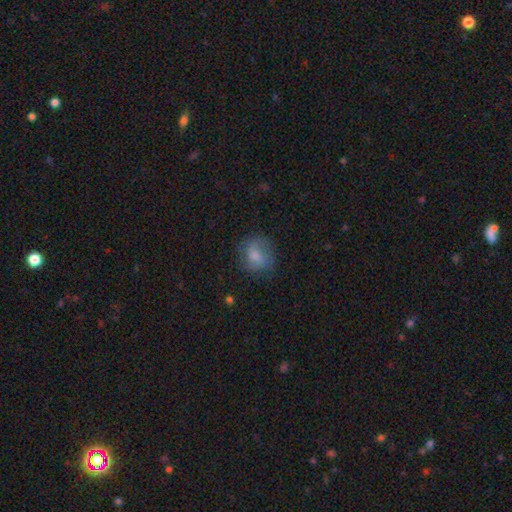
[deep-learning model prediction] Smooth or featured?
  - smooth: 69% *
  - featured or disk: 22%
  - star or artifact: 9%
How rounded?
  - round: 72% *
  - in between: 27%
  - cigar-shaped: 1%
Merging?
  - none: 69% *
  - minor disturbance: 20%
  - major disturbance: 9%
  - merger: 1%